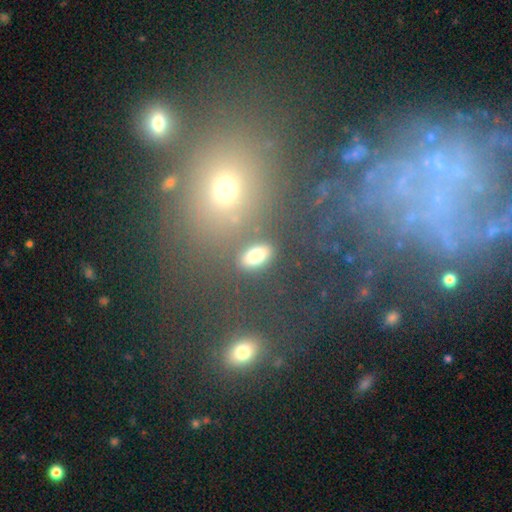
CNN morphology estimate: Smooth or featured? smooth (74%)
How rounded? in between (81%)
Merging? none (82%)